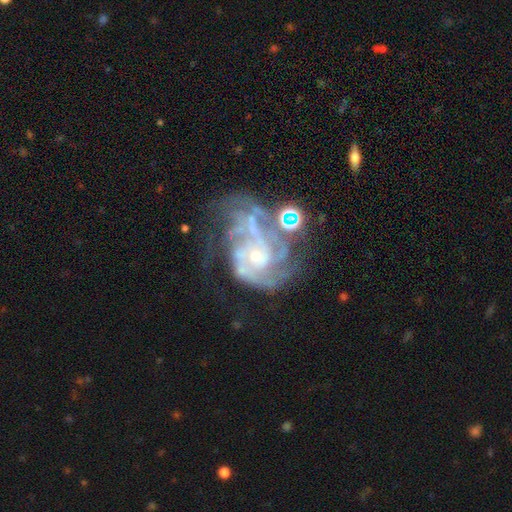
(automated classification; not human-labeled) Smooth or featured?
  - featured or disk: 84% *
  - star or artifact: 9%
  - smooth: 7%
Edge-on disk?
  - no: 98% *
  - yes: 2%
Bar?
  - no: 73% *
  - weak: 22%
  - strong: 5%
Spiral arms?
  - yes: 89% *
  - no: 11%
Spiral winding?
  - tight: 46% *
  - medium: 40%
  - loose: 14%
Spiral arm count?
  - can't tell: 33% *
  - 3: 23%
  - 2: 21%
  - 4: 10%
  - 1: 6%
  - more than 4: 6%
Bulge size?
  - small: 66% *
  - moderate: 25%
  - none: 6%
  - large: 2%
  - dominant: 1%
Merging?
  - none: 34% *
  - major disturbance: 33%
  - minor disturbance: 19%
  - merger: 13%